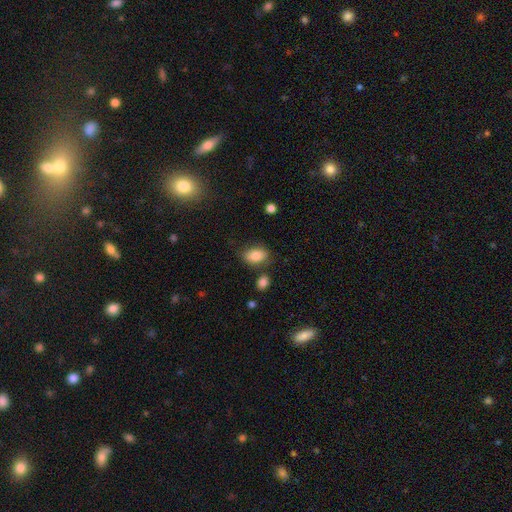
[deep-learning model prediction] Overall: smooth (84%). How rounded: in between (85%). Merging: none (74%).